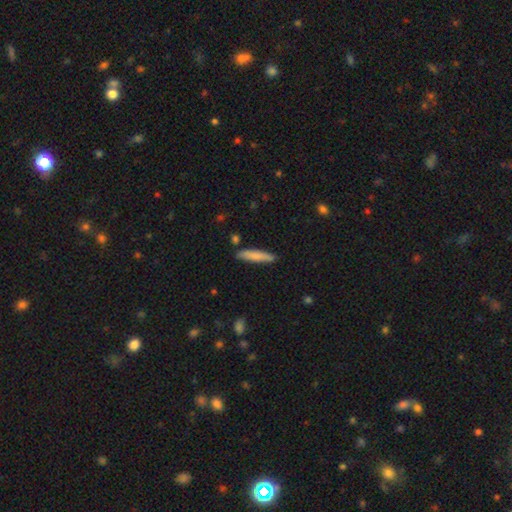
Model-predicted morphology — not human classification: type=smooth (78%); roundness=cigar-shaped (89%); merging=none (85%).